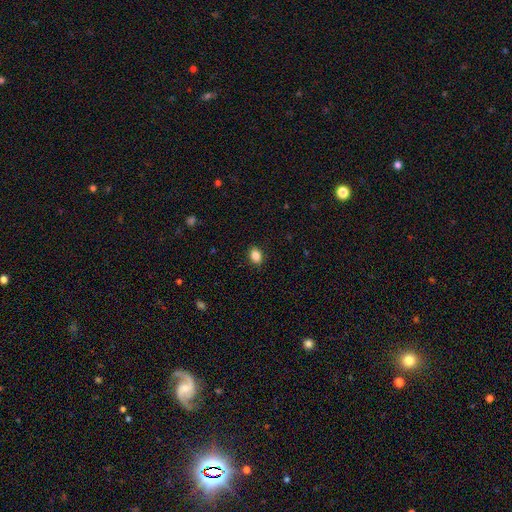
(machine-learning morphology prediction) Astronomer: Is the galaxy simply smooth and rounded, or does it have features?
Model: smooth — 86%.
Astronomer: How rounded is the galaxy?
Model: in between — 74%.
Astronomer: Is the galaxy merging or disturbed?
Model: none — 89%.